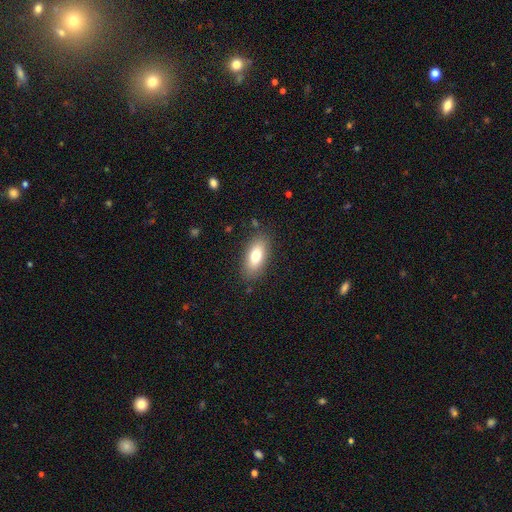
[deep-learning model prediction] smooth-or-featured: smooth: 76% | featured or disk: 16% | star or artifact: 8%
  how-rounded: in between: 85% | cigar-shaped: 11% | round: 4%
  merging: none: 86% | minor disturbance: 10% | major disturbance: 3% | merger: 1%